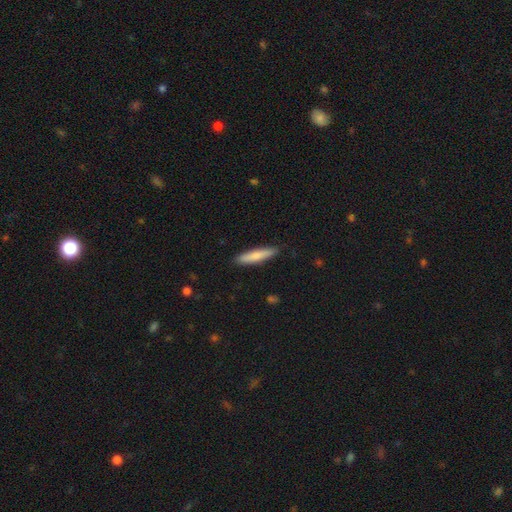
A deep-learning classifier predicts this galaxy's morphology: smooth 76%, featured or disk 19%, star or artifact 5%. Down the decision tree: how rounded — cigar-shaped (88%); merging — none (89%).